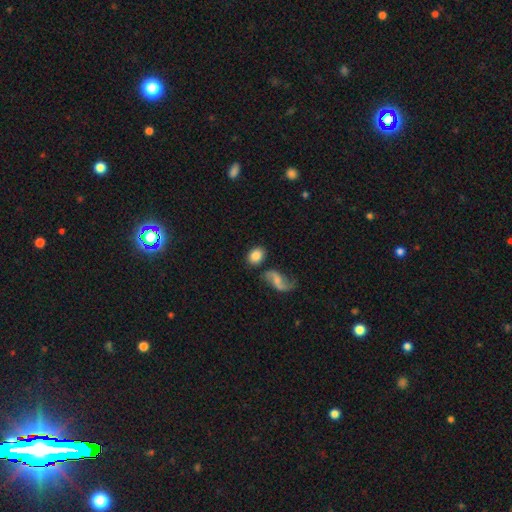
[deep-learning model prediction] A smooth galaxy with no disk features (78%) that is in between round and cigar-shaped (64%). Merging: none (69%).